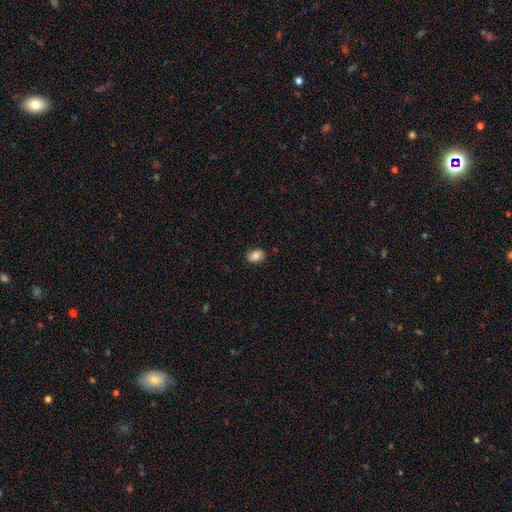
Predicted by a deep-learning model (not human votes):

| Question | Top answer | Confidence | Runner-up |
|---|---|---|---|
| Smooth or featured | smooth | 76% | featured or disk (16%) |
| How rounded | in between | 72% | round (27%) |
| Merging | none | 77% | minor disturbance (18%) |